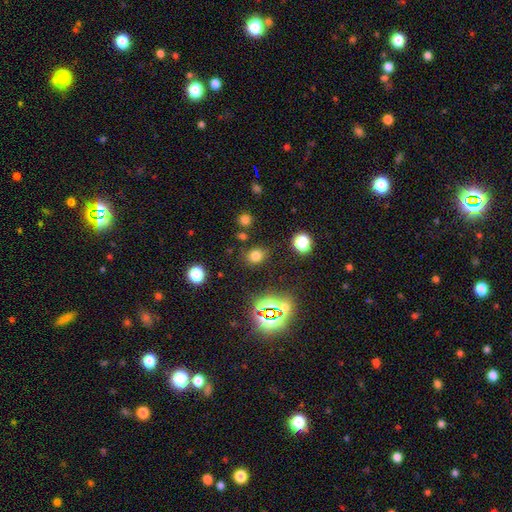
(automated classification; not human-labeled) Smooth or featured?
  - smooth: 70% *
  - star or artifact: 23%
  - featured or disk: 7%
How rounded?
  - round: 64% *
  - in between: 35%
  - cigar-shaped: 1%
Merging?
  - none: 80% *
  - minor disturbance: 11%
  - merger: 4%
  - major disturbance: 4%